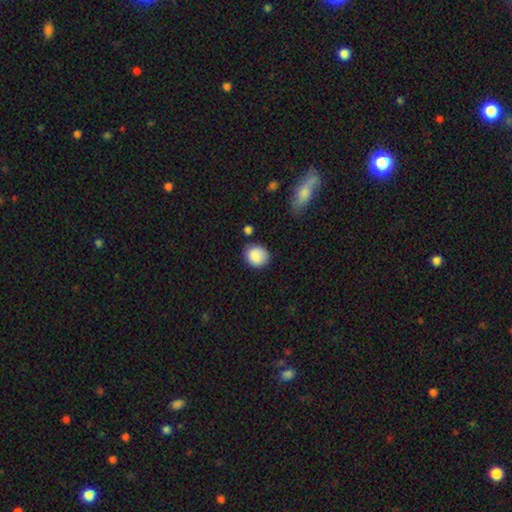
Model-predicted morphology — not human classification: smooth-or-featured: smooth: 88% | star or artifact: 8% | featured or disk: 5%
  how-rounded: round: 76% | in between: 23% | cigar-shaped: 1%
  merging: none: 76% | minor disturbance: 17% | merger: 4% | major disturbance: 4%